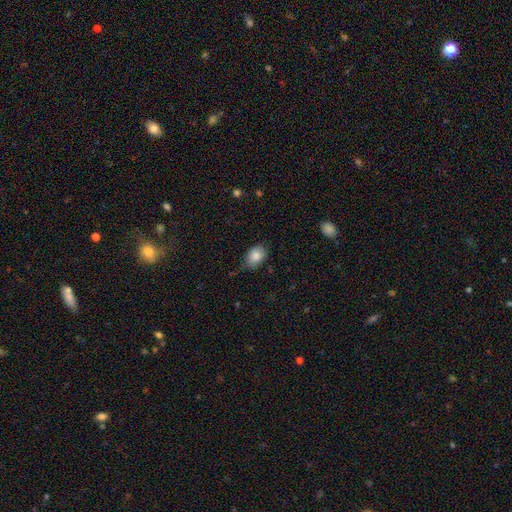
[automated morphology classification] Smooth or featured? Predicted: smooth (p=0.84). How rounded? Predicted: in between (p=0.75). Merging? Predicted: none (p=0.68).